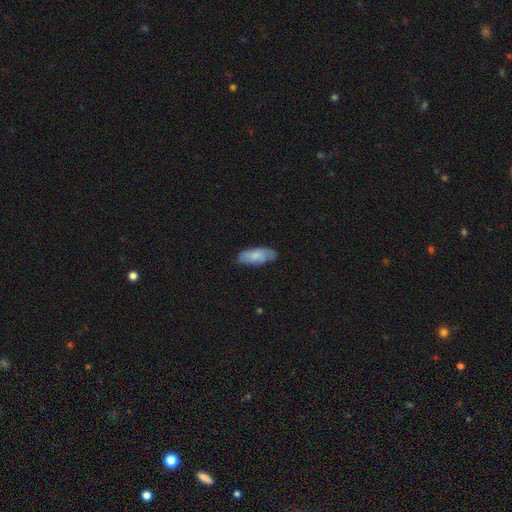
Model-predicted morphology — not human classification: A smooth galaxy with no disk features (75%) that is in between round and cigar-shaped (81%). Merging: none (75%).